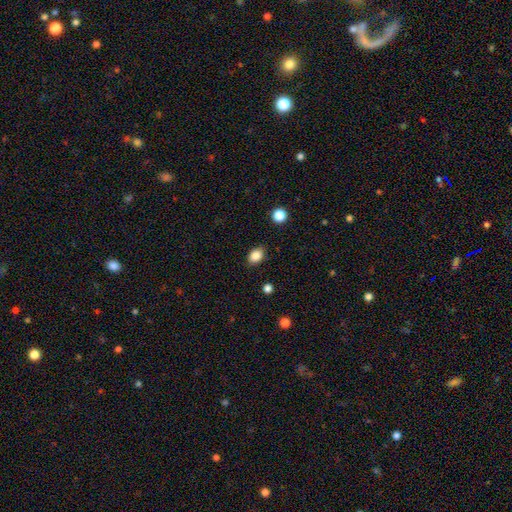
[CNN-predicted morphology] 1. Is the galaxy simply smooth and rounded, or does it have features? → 86% smooth, 9% star or artifact, 4% featured or disk.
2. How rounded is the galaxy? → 71% in between, 28% round, 1% cigar-shaped.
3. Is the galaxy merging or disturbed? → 87% none, 9% minor disturbance, 2% major disturbance, 1% merger.